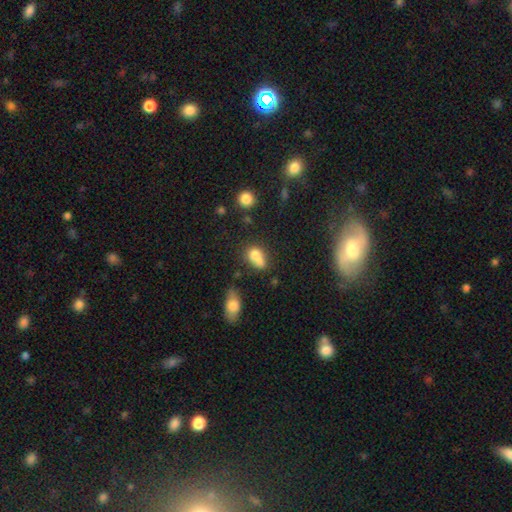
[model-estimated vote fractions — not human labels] smooth-or-featured: smooth: 74% | featured or disk: 14% | star or artifact: 12%
  how-rounded: in between: 61% | round: 36% | cigar-shaped: 3%
  merging: merger: 45% | none: 30% | minor disturbance: 16% | major disturbance: 8%